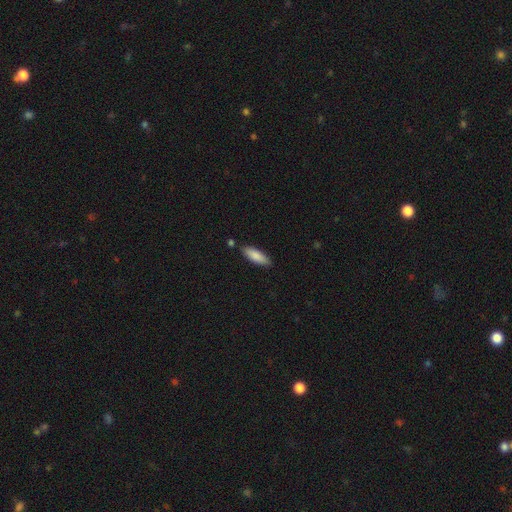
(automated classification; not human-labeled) A smooth galaxy with no disk features (84%) that is in between round and cigar-shaped (54%).

Vote fractions:
- Smooth or featured? smooth: 84% / featured or disk: 10% / star or artifact: 6%
- How rounded? in between: 54% / cigar-shaped: 44% / round: 2%
- Merging? none: 83% / minor disturbance: 11% / merger: 4% / major disturbance: 2%